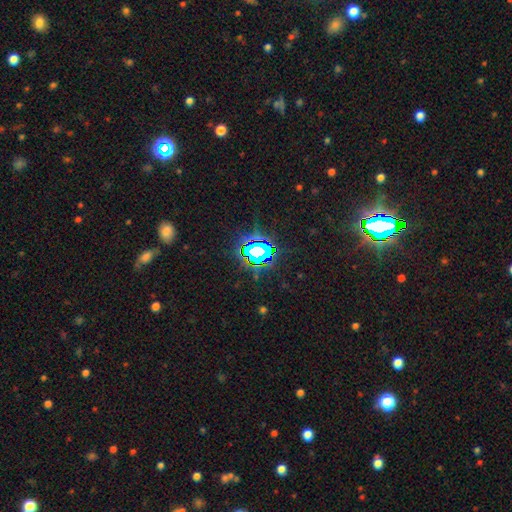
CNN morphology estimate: Q: Smooth or featured?
A: star or artifact (71%); runner-up: smooth (17%)